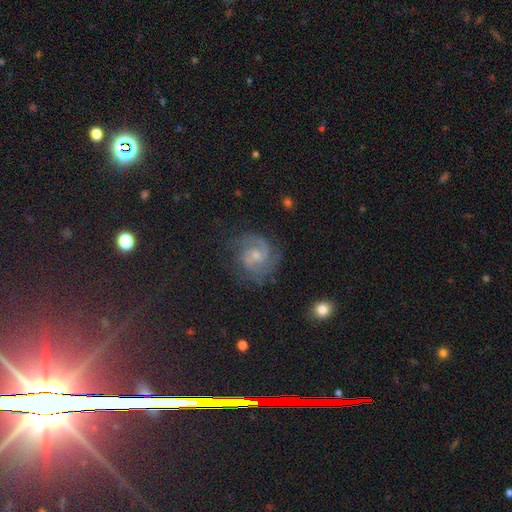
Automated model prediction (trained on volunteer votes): Q: Smooth or featured?
A: featured or disk (83%); runner-up: smooth (9%)
Q: Edge-on disk?
A: no (98%); runner-up: yes (2%)
Q: Bar?
A: no (56%); runner-up: weak (38%)
Q: Spiral arms?
A: yes (97%); runner-up: no (3%)
Q: Spiral winding?
A: medium (47%); runner-up: tight (42%)
Q: Spiral arm count?
A: 2 (73%); runner-up: can't tell (10%)
Q: Bulge size?
A: small (59%); runner-up: moderate (34%)
Q: Merging?
A: none (73%); runner-up: minor disturbance (17%)